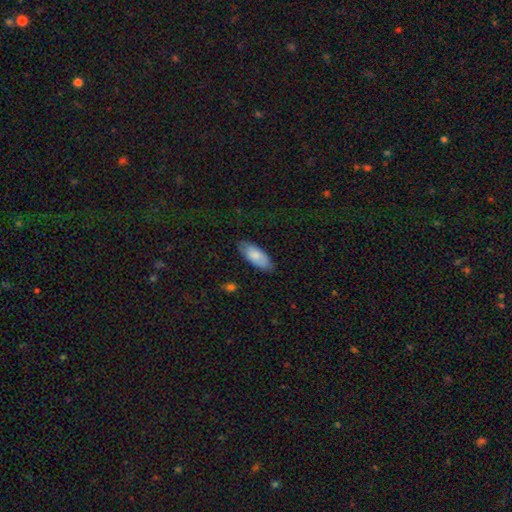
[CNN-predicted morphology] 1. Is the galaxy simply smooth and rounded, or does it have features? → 81% smooth, 13% featured or disk, 6% star or artifact.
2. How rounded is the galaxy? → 85% in between, 13% cigar-shaped, 2% round.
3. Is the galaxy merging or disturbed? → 80% none, 16% minor disturbance, 3% major disturbance, 1% merger.